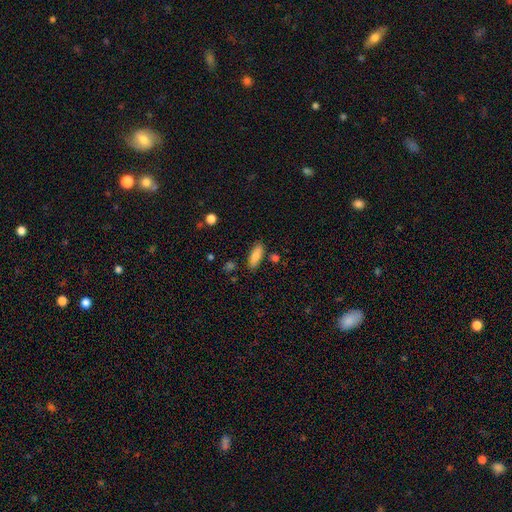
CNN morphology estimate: smooth 82%, featured or disk 11%, star or artifact 7%. Down the decision tree: how rounded — in between (63%); merging — none (81%).